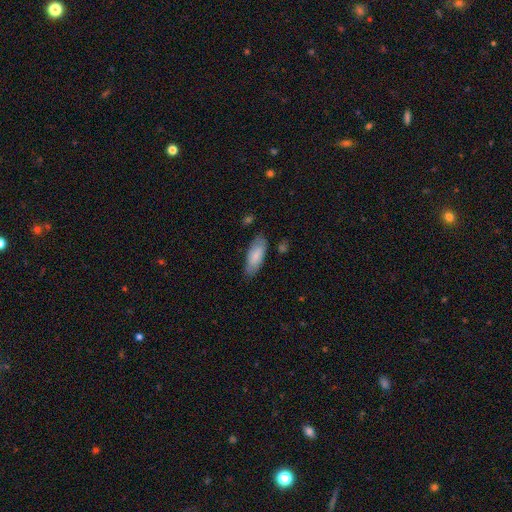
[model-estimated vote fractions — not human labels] Smooth or featured? Predicted: smooth (p=0.79). How rounded? Predicted: in between (p=0.75). Merging? Predicted: none (p=0.76).